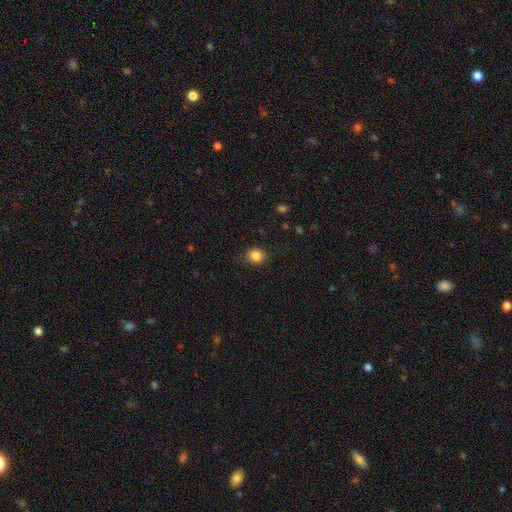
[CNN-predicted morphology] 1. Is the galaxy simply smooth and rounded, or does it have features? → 85% smooth, 11% star or artifact, 5% featured or disk.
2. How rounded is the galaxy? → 74% round, 25% in between, 1% cigar-shaped.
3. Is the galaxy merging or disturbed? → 84% none, 12% minor disturbance, 3% major disturbance, 1% merger.